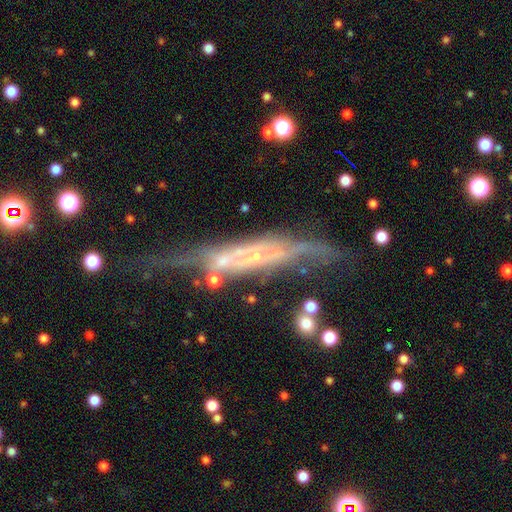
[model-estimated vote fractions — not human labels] smooth-or-featured: featured or disk: 76% | smooth: 14% | star or artifact: 9%
  disk-edge-on: yes: 59% | no: 41%
  merging: none: 50% | minor disturbance: 26% | major disturbance: 16% | merger: 8%